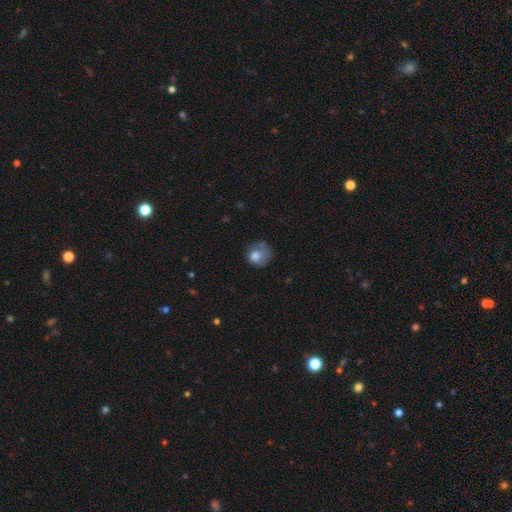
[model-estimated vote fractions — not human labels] Q: Smooth or featured?
A: smooth (72%); runner-up: featured or disk (20%)
Q: How rounded?
A: round (73%); runner-up: in between (26%)
Q: Merging?
A: none (45%); runner-up: minor disturbance (29%)